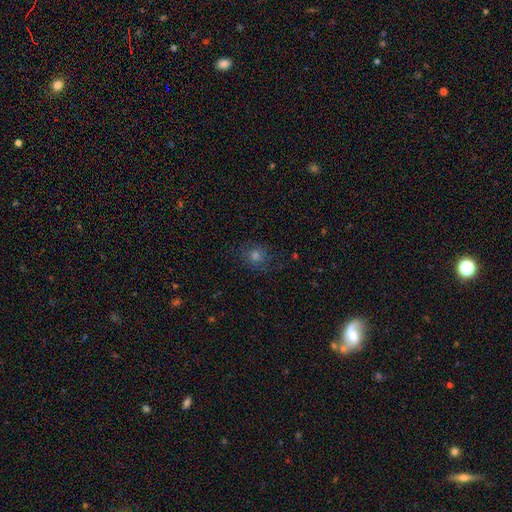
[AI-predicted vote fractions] A smooth galaxy with no disk features (53%) that is round (77%).

Vote fractions:
- Smooth or featured? smooth: 53% / star or artifact: 26% / featured or disk: 21%
- How rounded? round: 77% / in between: 21% / cigar-shaped: 1%
- Merging? none: 78% / minor disturbance: 14% / major disturbance: 7% / merger: 1%